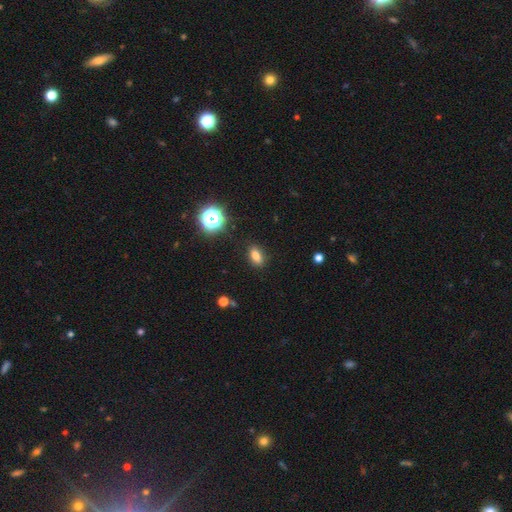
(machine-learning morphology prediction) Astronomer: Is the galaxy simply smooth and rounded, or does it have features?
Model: smooth — 78%.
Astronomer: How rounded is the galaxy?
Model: in between — 81%.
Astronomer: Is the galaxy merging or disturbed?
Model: none — 87%.